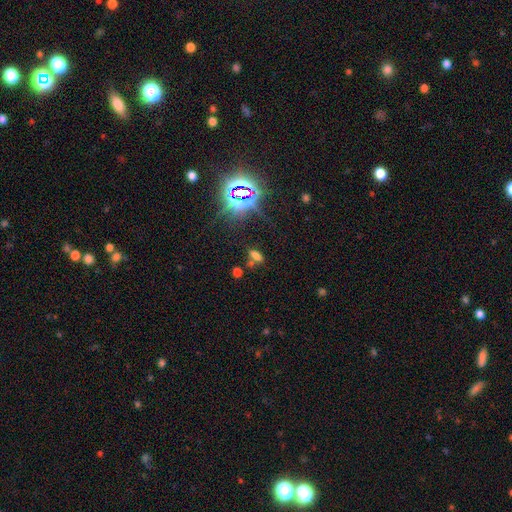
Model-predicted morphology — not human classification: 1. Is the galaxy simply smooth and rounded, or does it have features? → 56% smooth, 33% star or artifact, 11% featured or disk.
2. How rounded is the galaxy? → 77% in between, 17% cigar-shaped, 7% round.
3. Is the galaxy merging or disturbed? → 62% none, 18% merger, 13% minor disturbance, 6% major disturbance.